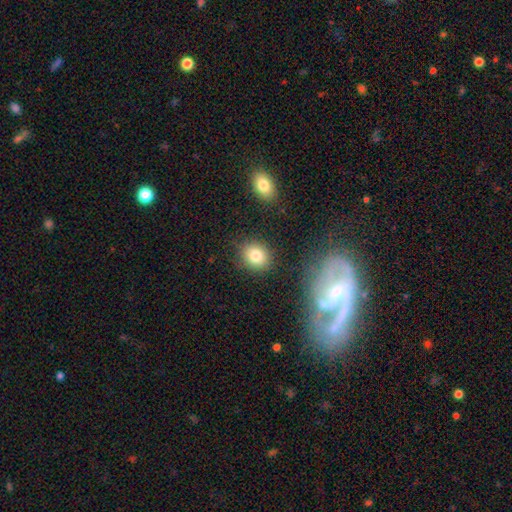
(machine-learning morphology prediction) smooth-or-featured: smooth: 81% | star or artifact: 11% | featured or disk: 8%
  how-rounded: round: 72% | in between: 27% | cigar-shaped: 1%
  merging: none: 84% | minor disturbance: 10% | major disturbance: 3% | merger: 3%